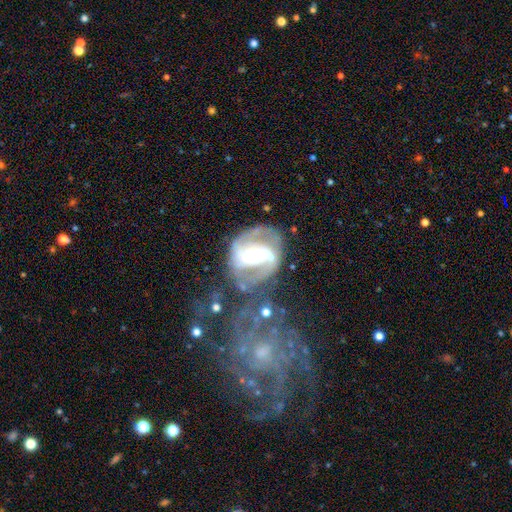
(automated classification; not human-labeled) featured or disk 84%, smooth 10%, star or artifact 6%. Down the decision tree: edge-on disk — no (96%); bar — strong (63%); spiral arms — yes (90%); spiral arm count — 2 (80%); spiral winding — medium (47%); bulge size — moderate (55%); merging — none (55%).